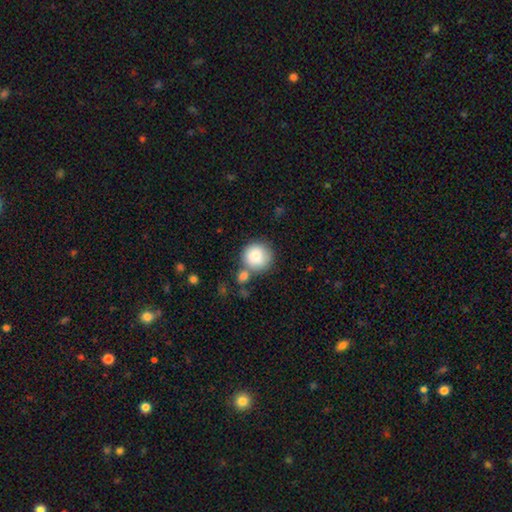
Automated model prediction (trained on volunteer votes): Smooth or featured? Predicted: smooth (p=0.82). How rounded? Predicted: round (p=0.93). Merging? Predicted: none (p=0.63).